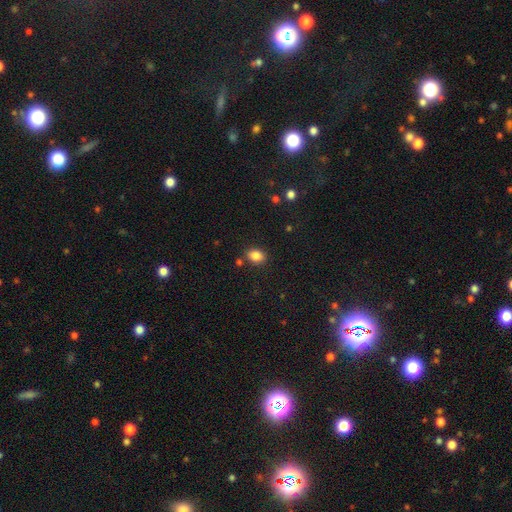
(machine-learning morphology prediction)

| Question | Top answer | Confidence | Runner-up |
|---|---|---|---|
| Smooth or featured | smooth | 85% | star or artifact (10%) |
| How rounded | in between | 67% | round (32%) |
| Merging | none | 81% | minor disturbance (11%) |